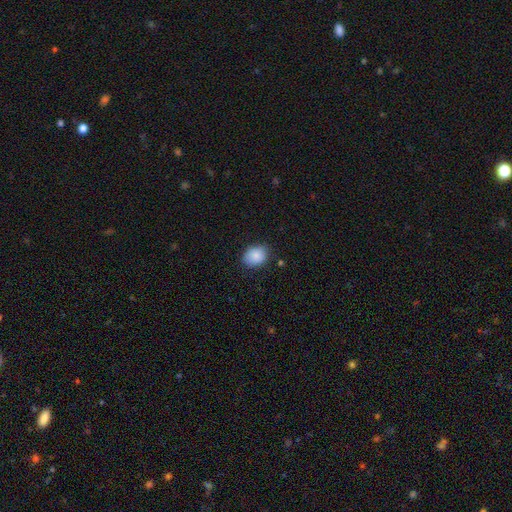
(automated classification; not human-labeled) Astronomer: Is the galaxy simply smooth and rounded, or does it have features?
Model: smooth — 88%.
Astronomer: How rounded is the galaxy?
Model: in between — 64%.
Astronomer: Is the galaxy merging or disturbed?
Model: none — 81%.